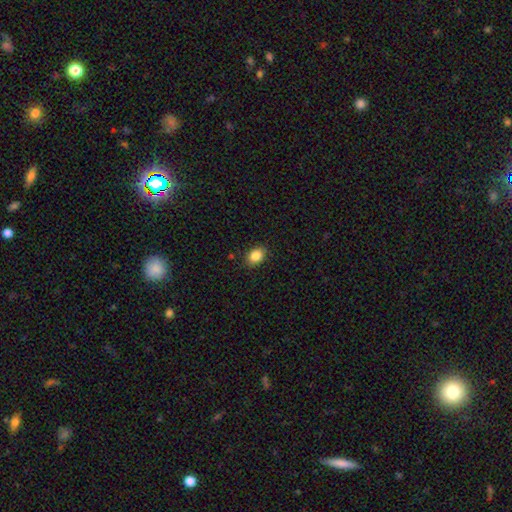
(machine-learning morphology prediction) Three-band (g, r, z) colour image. It shows a smooth galaxy with no disk features (85%) that is in between round and cigar-shaped (71%). Merging: none (87%).